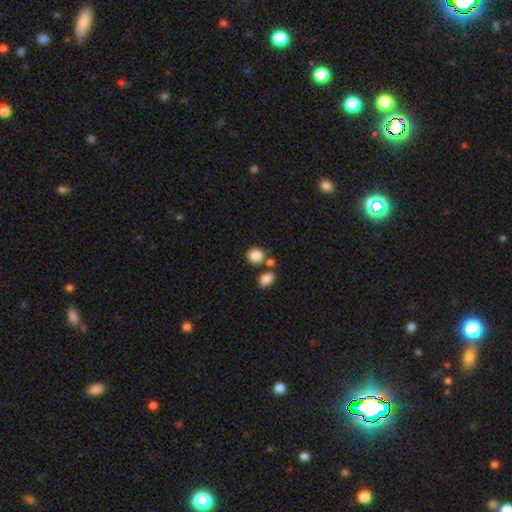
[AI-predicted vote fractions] smooth-or-featured: smooth: 86% | star or artifact: 9% | featured or disk: 5%
  how-rounded: round: 78% | in between: 21% | cigar-shaped: 1%
  merging: none: 68% | merger: 19% | minor disturbance: 10% | major disturbance: 3%